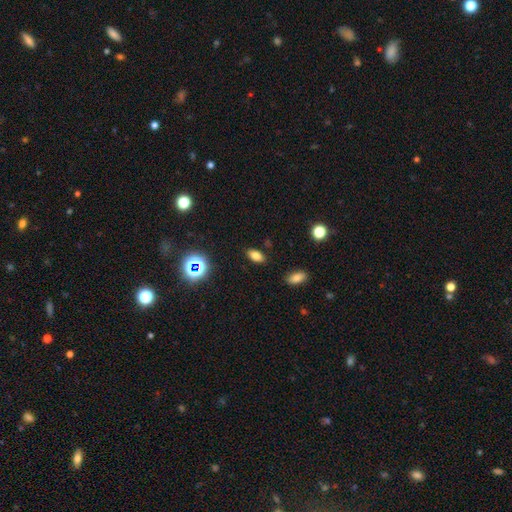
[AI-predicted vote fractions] Smooth or featured? smooth (77%)
How rounded? in between (89%)
Merging? none (86%)